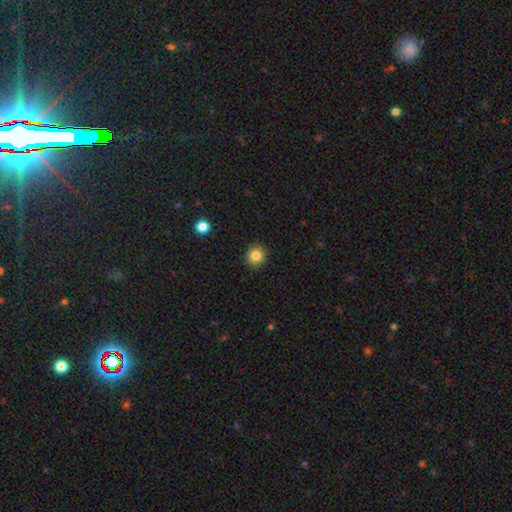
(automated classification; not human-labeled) Morphology: type=smooth (85%); roundness=round (90%); merging=none (91%).